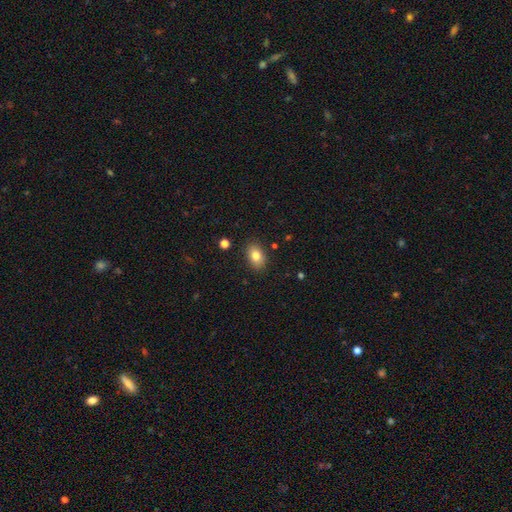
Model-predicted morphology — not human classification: A smooth galaxy with no disk features (80%) that is in between round and cigar-shaped (82%). Merging: none (87%).